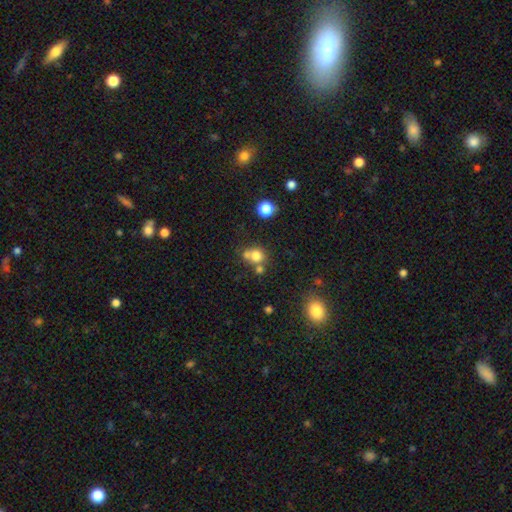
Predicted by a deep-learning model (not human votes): smooth 75%, star or artifact 14%, featured or disk 11%. Down the decision tree: how rounded — round (81%); merging — none (46%).